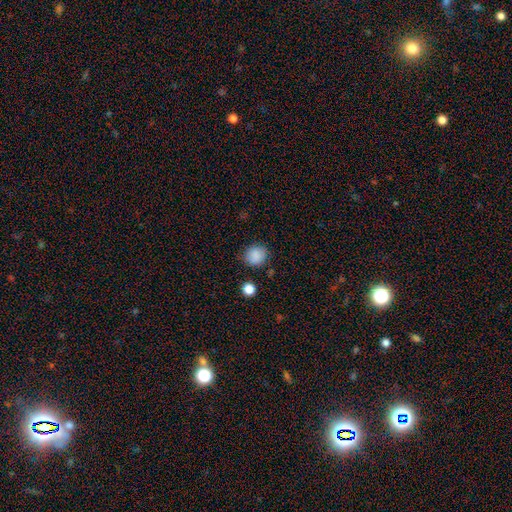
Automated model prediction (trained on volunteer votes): This appears to be a smooth galaxy with no disk features (87%) that is round (79%). Merging: none (82%).